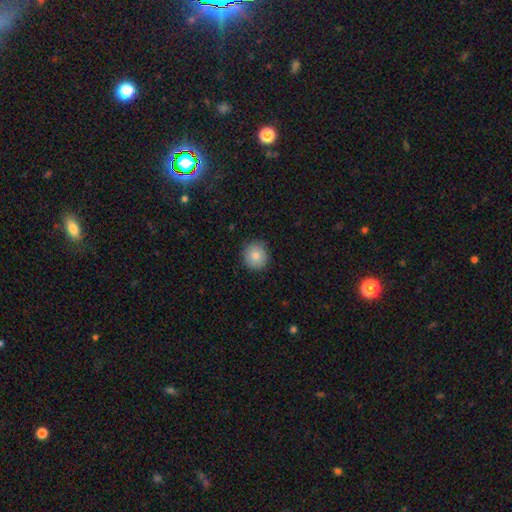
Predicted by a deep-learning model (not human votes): Smooth or featured?
  - smooth: 81% *
  - featured or disk: 9%
  - star or artifact: 9%
How rounded?
  - round: 91% *
  - in between: 8%
  - cigar-shaped: 1%
Merging?
  - none: 87% *
  - minor disturbance: 10%
  - major disturbance: 2%
  - merger: 1%